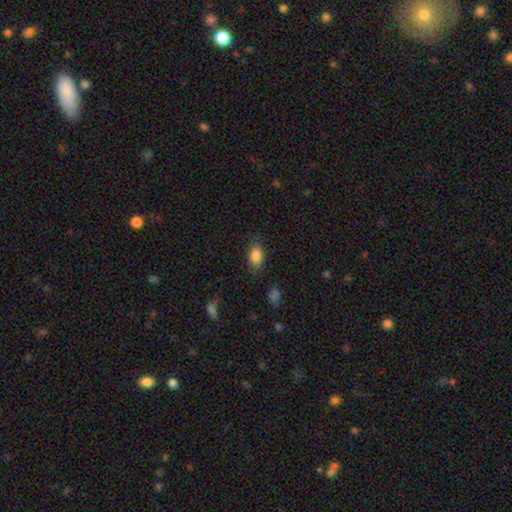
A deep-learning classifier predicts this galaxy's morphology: The model was most divided on "merging": none: 81%, minor disturbance: 13%, major disturbance: 4%, merger: 2%. More confident: how rounded — in between (87%); smooth or featured — smooth (85%).